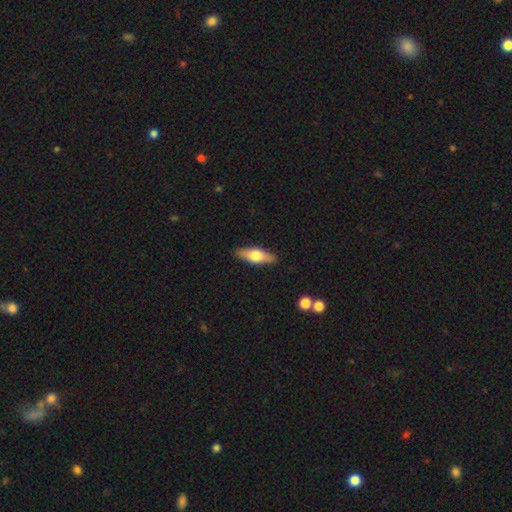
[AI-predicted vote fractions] smooth_or_featured: smooth (p=0.55) [alt: featured or disk p=0.40]
how_rounded: in between (p=0.58) [alt: cigar-shaped p=0.39]
merging: none (p=0.89) [alt: minor disturbance p=0.08]